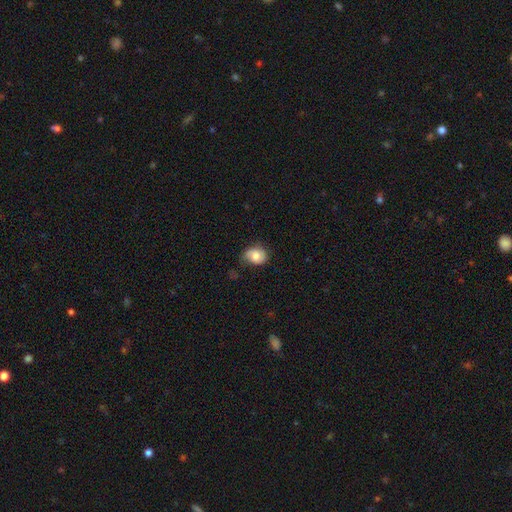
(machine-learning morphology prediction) Smooth or featured? smooth (70%)
How rounded? in between (50%)
Merging? none (52%)